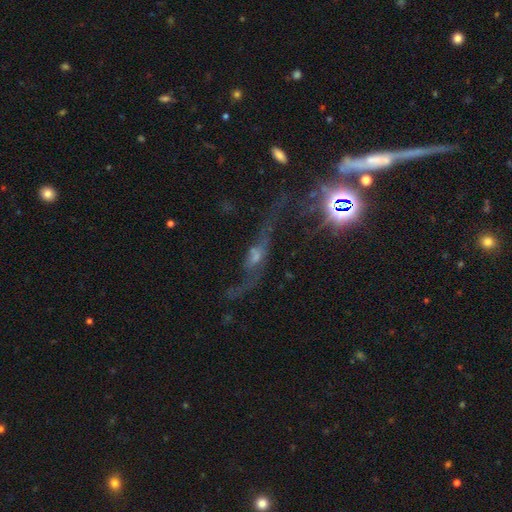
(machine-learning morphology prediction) The model was most divided on "merging": none: 42%, major disturbance: 32%, minor disturbance: 17%, merger: 9%. More confident: edge-on disk — no (65%); smooth or featured — featured or disk (58%).